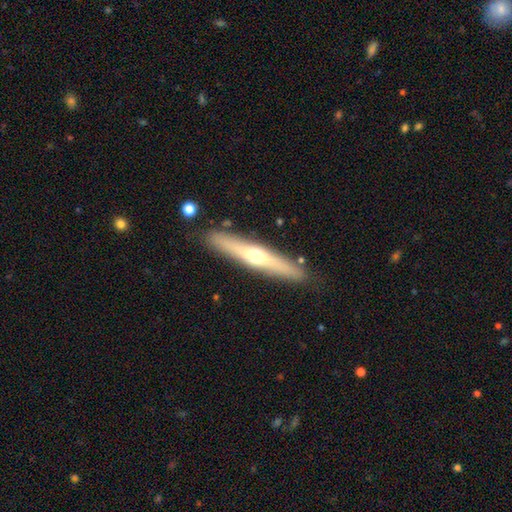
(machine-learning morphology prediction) The model was most divided on "smooth or featured": featured or disk: 55%, smooth: 39%, star or artifact: 6%. More confident: edge-on disk — yes (92%); edge-on bulge — rounded (87%); merging — none (87%).